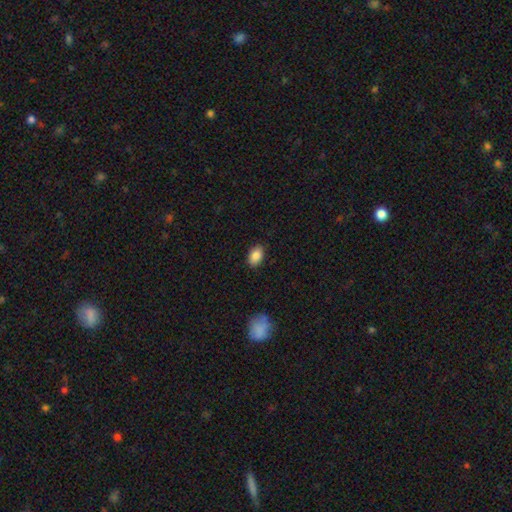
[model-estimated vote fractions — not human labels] Q: Smooth or featured?
A: smooth (87%); runner-up: star or artifact (8%)
Q: How rounded?
A: in between (87%); runner-up: round (12%)
Q: Merging?
A: none (87%); runner-up: minor disturbance (9%)